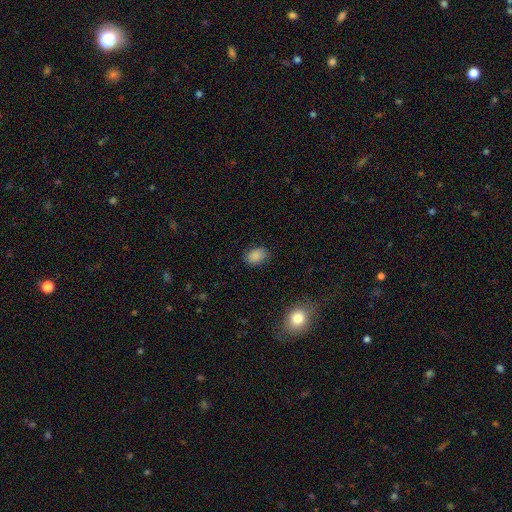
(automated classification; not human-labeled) A smooth galaxy with no disk features (87%) that is in between round and cigar-shaped (74%).

Vote fractions:
- Smooth or featured? smooth: 87% / star or artifact: 9% / featured or disk: 4%
- How rounded? in between: 74% / round: 25% / cigar-shaped: 1%
- Merging? none: 85% / minor disturbance: 11% / major disturbance: 3% / merger: 1%